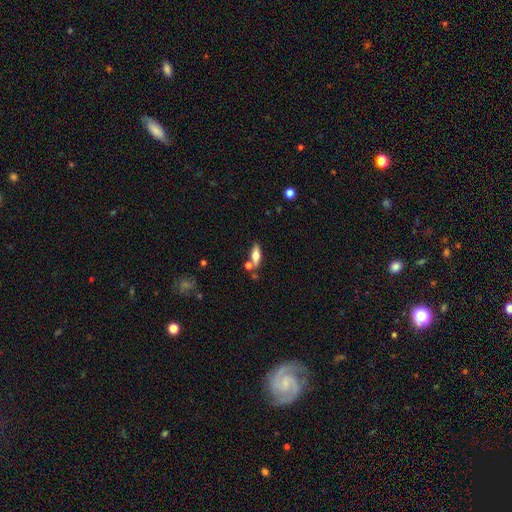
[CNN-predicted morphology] This appears to be a smooth galaxy with no disk features (58%) that is in between round and cigar-shaped (63%). Merging: none (67%).